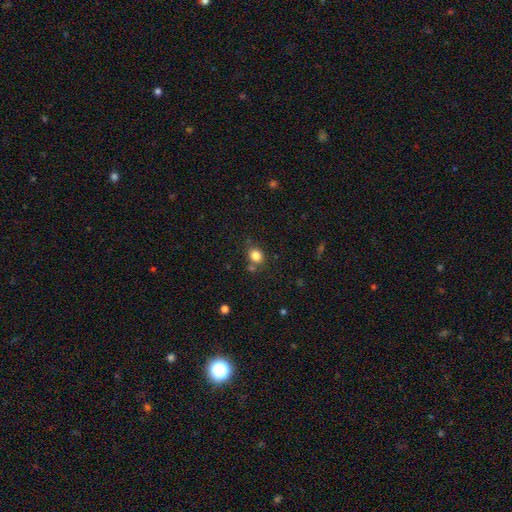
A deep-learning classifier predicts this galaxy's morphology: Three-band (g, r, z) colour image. It shows a smooth galaxy with no disk features (82%) that is round (68%). Merging: none (71%).